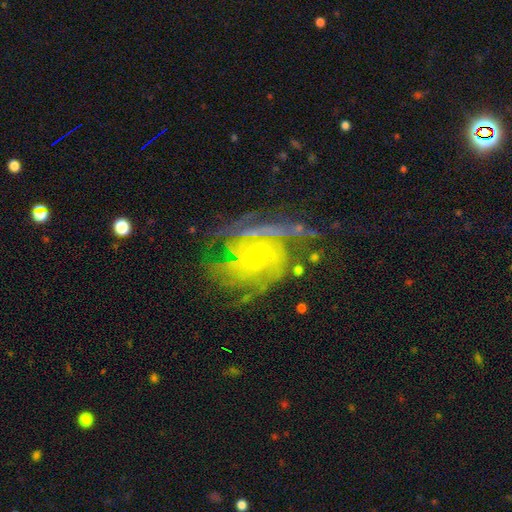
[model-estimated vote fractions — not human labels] Smooth or featured: featured or disk — 87% (star or artifact — 8%)
Edge-on disk: no — 97% (yes — 3%)
Bar: no — 75% (weak — 20%)
Spiral arms: yes — 95% (no — 5%)
Spiral winding: tight — 57% (medium — 34%)
Spiral arm count: can't tell — 26% (4 — 23%)
Bulge size: small — 72% (moderate — 24%)
Merging: none — 59% (minor disturbance — 21%)